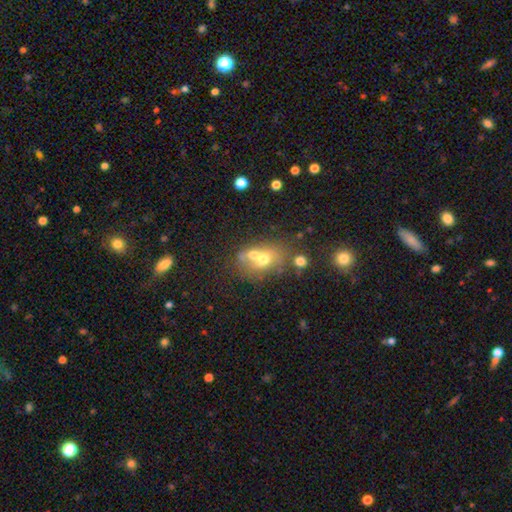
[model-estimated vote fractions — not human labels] This is possibly a smooth galaxy (54%). How rounded: possibly in between (54%). Merging: possibly merger (50%).